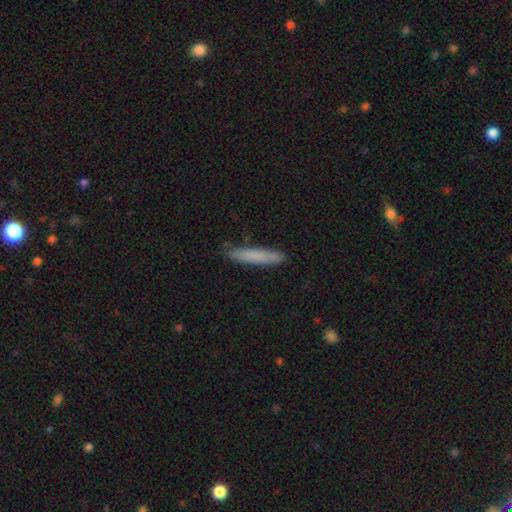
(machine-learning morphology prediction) type=smooth (78%); roundness=cigar-shaped (94%); merging=none (85%).